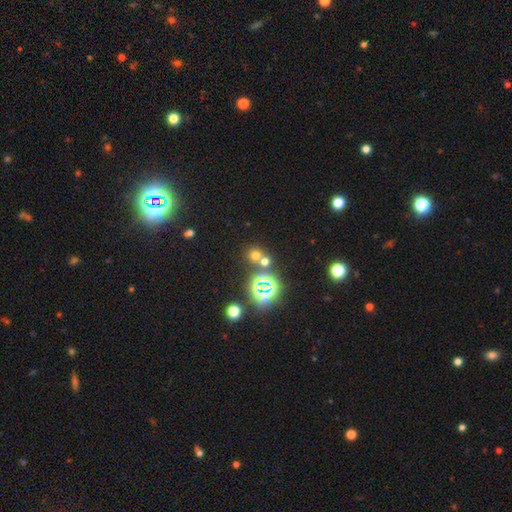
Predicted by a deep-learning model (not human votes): Smooth or featured? Predicted: smooth (p=0.54). How rounded? Predicted: round (p=0.86). Merging? Predicted: none (p=0.64).